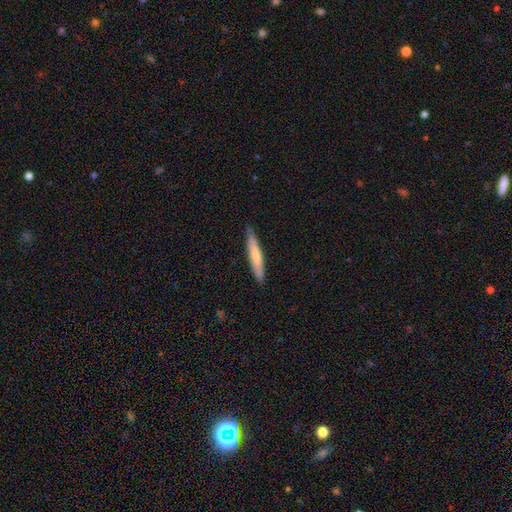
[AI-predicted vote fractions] smooth_or_featured: smooth (p=0.68) [alt: featured or disk p=0.27]
how_rounded: cigar-shaped (p=0.92) [alt: in between p=0.07]
merging: none (p=0.85) [alt: minor disturbance p=0.12]